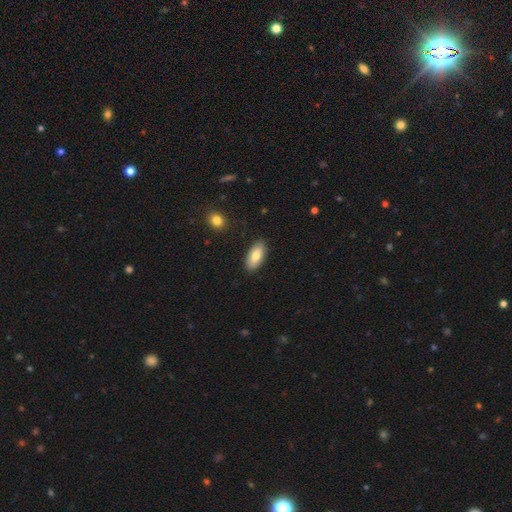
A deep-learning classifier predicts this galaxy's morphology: Smooth or featured? smooth (77%)
How rounded? in between (90%)
Merging? none (88%)